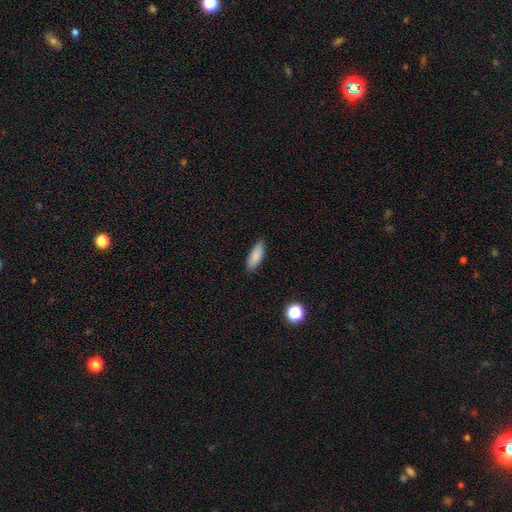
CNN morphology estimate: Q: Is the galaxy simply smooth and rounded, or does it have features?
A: smooth — 86%.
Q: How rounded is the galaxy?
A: in between — 64%.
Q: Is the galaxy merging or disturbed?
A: none — 85%.